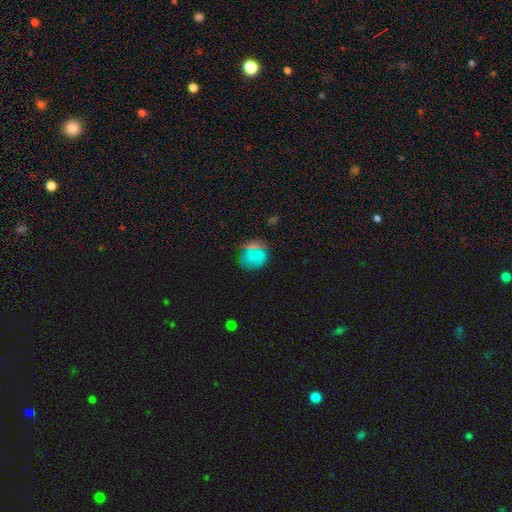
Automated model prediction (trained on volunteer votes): Overall: smooth (68%). How rounded: round (79%). Merging: none (77%).